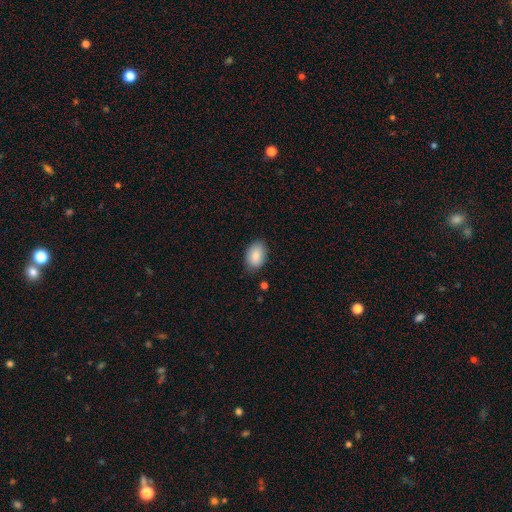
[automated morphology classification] The model was most divided on "merging": none: 83%, minor disturbance: 13%, major disturbance: 3%, merger: 1%. More confident: how rounded — in between (87%); smooth or featured — smooth (87%).